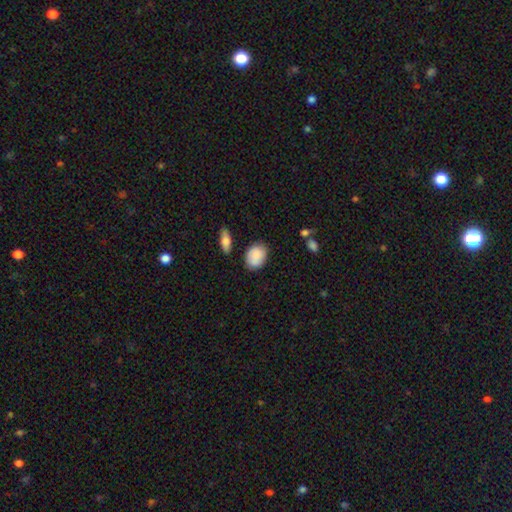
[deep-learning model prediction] A smooth galaxy with no disk features (85%) that is in between round and cigar-shaped (72%).

Vote fractions:
- Smooth or featured? smooth: 85% / featured or disk: 8% / star or artifact: 7%
- How rounded? in between: 72% / round: 26% / cigar-shaped: 1%
- Merging? none: 77% / minor disturbance: 17% / merger: 3% / major disturbance: 3%